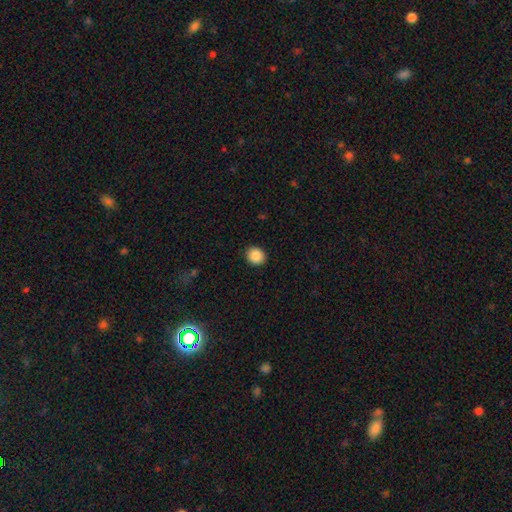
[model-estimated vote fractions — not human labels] Smooth or featured: smooth — 88% (star or artifact — 9%)
How rounded: round — 81% (in between — 18%)
Merging: none — 91% (minor disturbance — 6%)